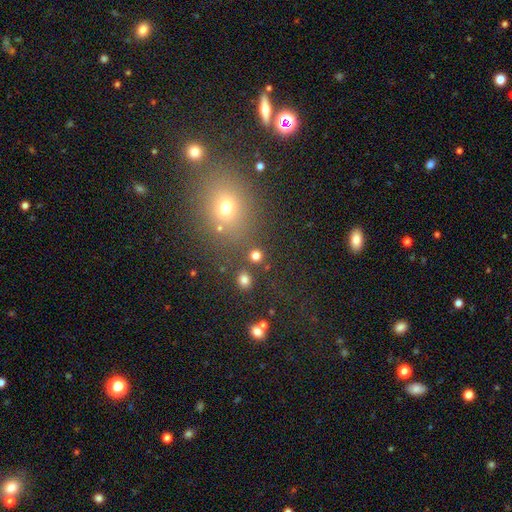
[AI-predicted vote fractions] smooth_or_featured: smooth (p=0.77) [alt: star or artifact p=0.18]
how_rounded: round (p=0.85) [alt: in between p=0.14]
merging: none (p=0.84) [alt: merger p=0.06]